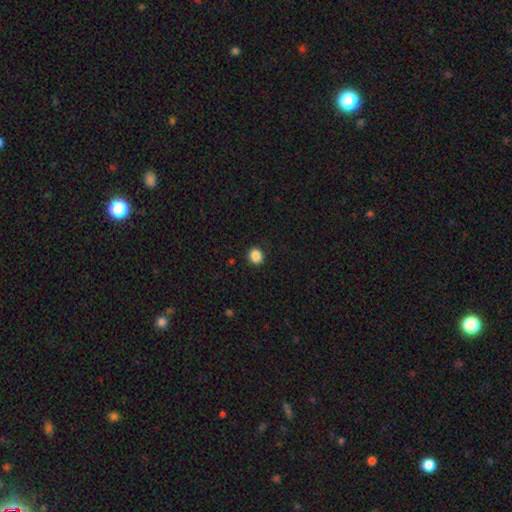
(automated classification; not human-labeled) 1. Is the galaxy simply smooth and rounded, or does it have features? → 88% smooth, 10% star or artifact, 2% featured or disk.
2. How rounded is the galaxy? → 74% round, 25% in between, 1% cigar-shaped.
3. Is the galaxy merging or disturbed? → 90% none, 7% minor disturbance, 2% major disturbance, 1% merger.